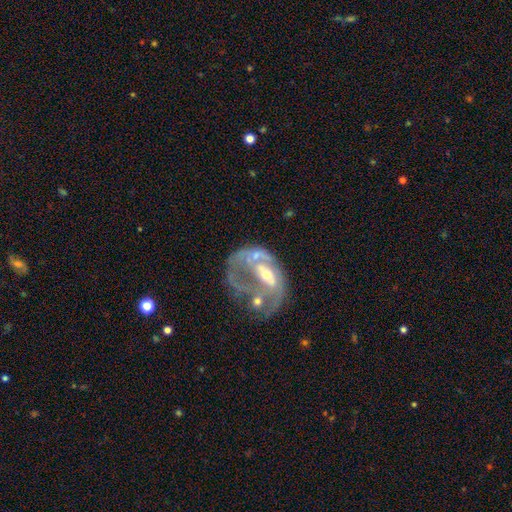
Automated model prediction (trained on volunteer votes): Overall: featured or disk (72%). Edge-on disk: no (96%). Bar: no (57%; weak 29%). Spiral arms: no (53%; yes 47%). Bulge size: moderate (54%; small 32%). Merging: major disturbance (34%; merger 31%).